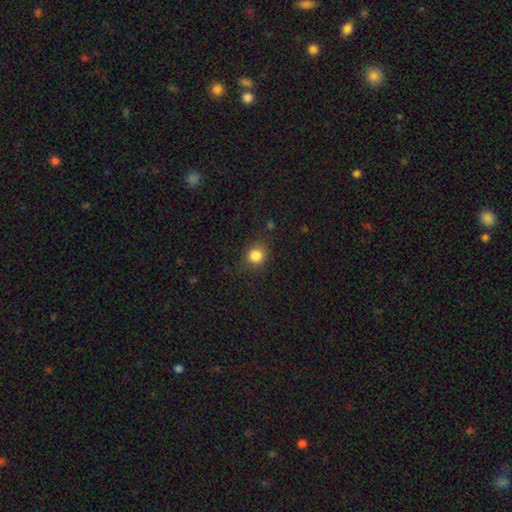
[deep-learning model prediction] A smooth galaxy with no disk features (84%) that is round (79%). Merging: none (77%).